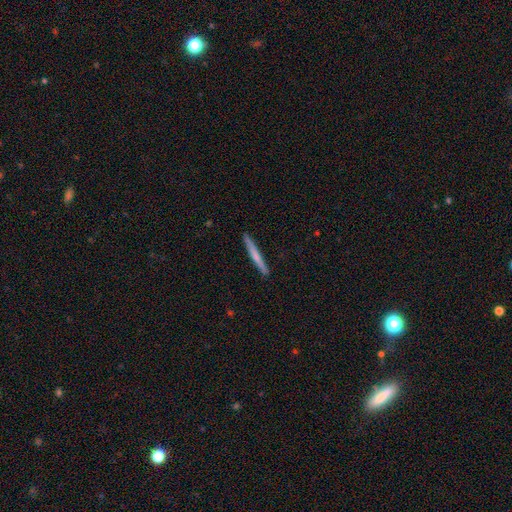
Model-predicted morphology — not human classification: Q: Smooth or featured?
A: smooth (55%); runner-up: featured or disk (39%)
Q: How rounded?
A: cigar-shaped (97%); runner-up: in between (2%)
Q: Merging?
A: none (91%); runner-up: minor disturbance (6%)